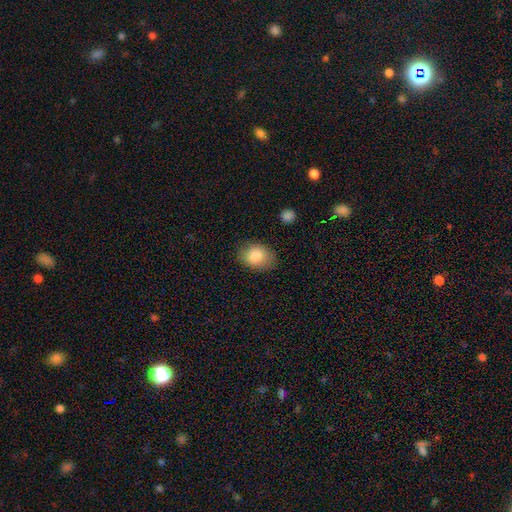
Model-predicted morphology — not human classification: A smooth galaxy with no disk features (84%) that is in between round and cigar-shaped (68%). Merging: none (81%).